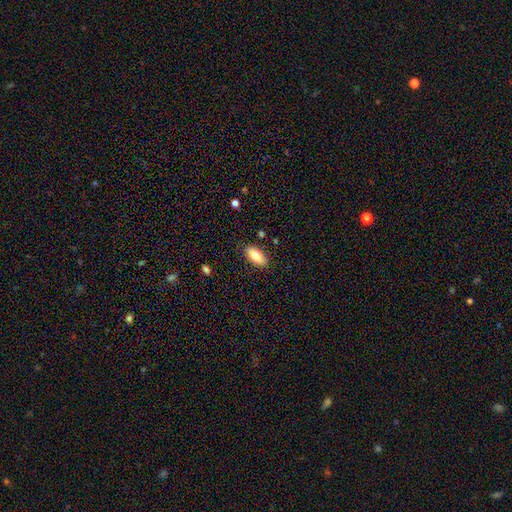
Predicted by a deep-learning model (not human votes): smooth 81%, featured or disk 12%, star or artifact 7%. Down the decision tree: how rounded — in between (89%); merging — none (87%).